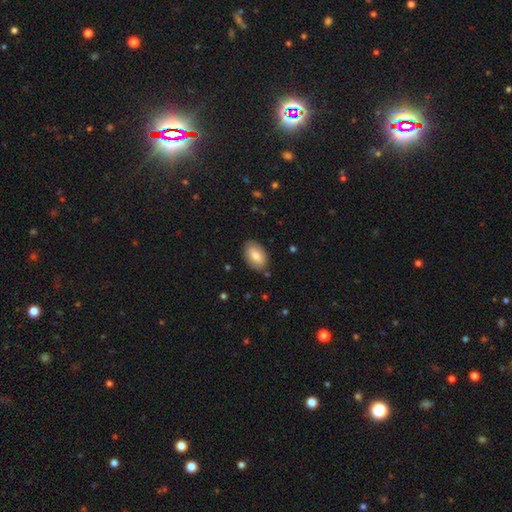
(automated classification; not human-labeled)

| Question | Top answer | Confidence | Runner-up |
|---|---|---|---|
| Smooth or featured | smooth | 75% | featured or disk (19%) |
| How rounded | in between | 92% | round (7%) |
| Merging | none | 85% | minor disturbance (11%) |